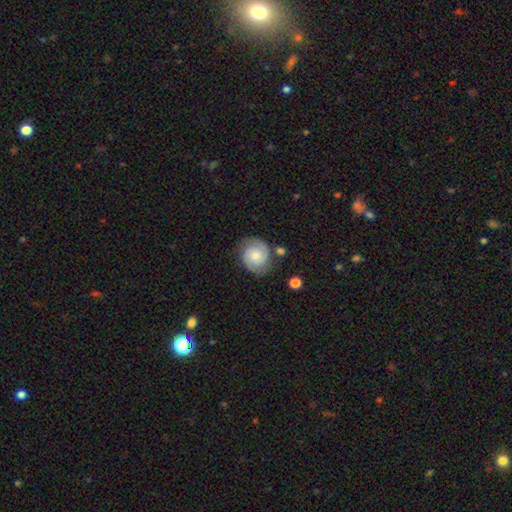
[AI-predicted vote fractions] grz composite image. It shows a featured or disk galaxy (72%) with no bar (70%), 2 (89%) tight (57%) spiral arms (96%) and a moderate central bulge (44%). Merging: none (77%).